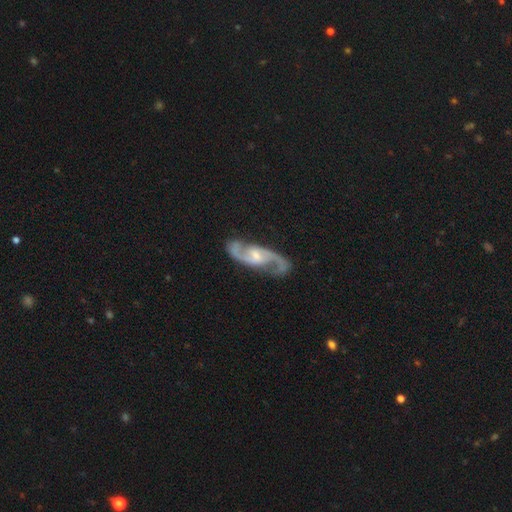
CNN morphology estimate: This appears to be a featured or disk galaxy (92%) with a weak bar (45%), 2 (94%) medium (58%) spiral arms (98%) and a moderate central bulge (48%). Merging: none (81%).